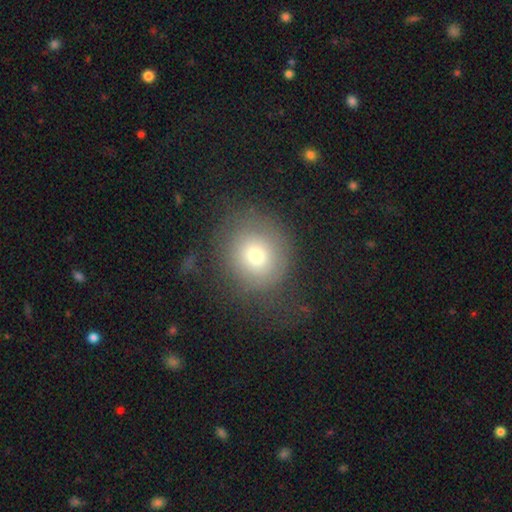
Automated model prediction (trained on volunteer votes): Smooth or featured?
  - smooth: 68% *
  - featured or disk: 19%
  - star or artifact: 13%
How rounded?
  - round: 81% *
  - in between: 18%
  - cigar-shaped: 1%
Merging?
  - none: 67% *
  - minor disturbance: 19%
  - major disturbance: 13%
  - merger: 2%